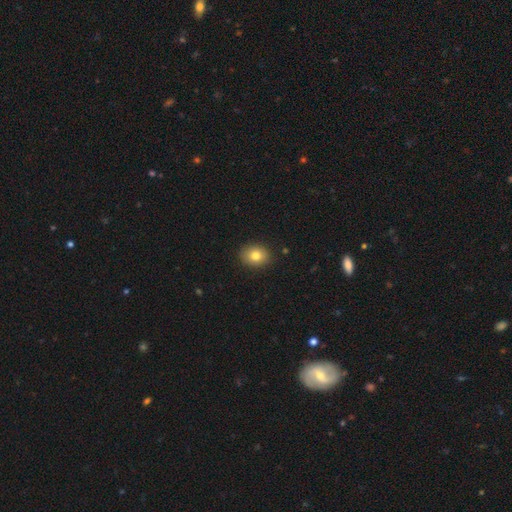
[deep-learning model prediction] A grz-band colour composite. It shows a smooth galaxy with no disk features (80%) that is in between round and cigar-shaped (53%). Merging: none (89%).